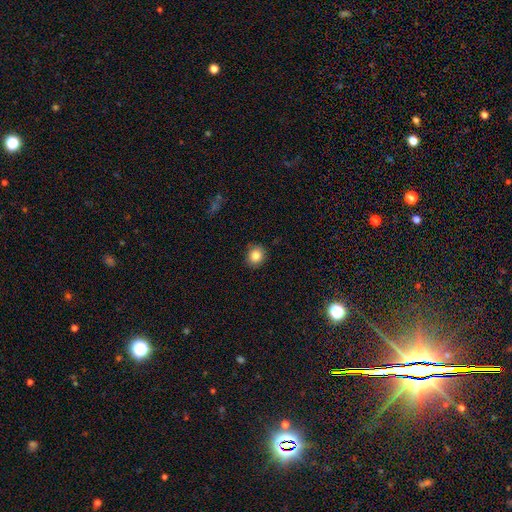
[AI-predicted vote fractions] Smooth or featured?
  - smooth: 84% *
  - star or artifact: 10%
  - featured or disk: 6%
How rounded?
  - round: 78% *
  - in between: 21%
  - cigar-shaped: 1%
Merging?
  - none: 87% *
  - minor disturbance: 10%
  - major disturbance: 2%
  - merger: 1%